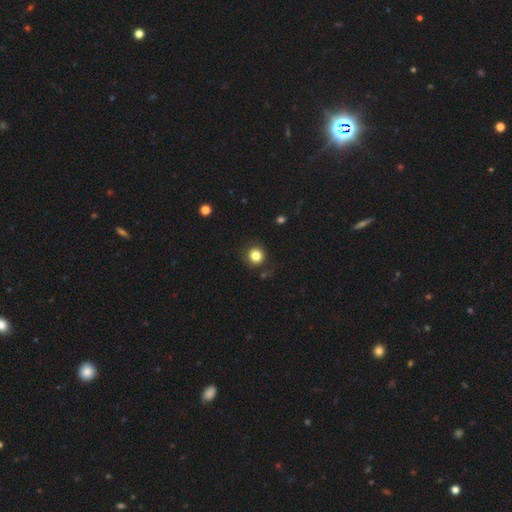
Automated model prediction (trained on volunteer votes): A smooth galaxy with no disk features (83%) that is round (93%).

Vote fractions:
- Smooth or featured? smooth: 83% / star or artifact: 12% / featured or disk: 6%
- How rounded? round: 93% / in between: 6% / cigar-shaped: 1%
- Merging? none: 88% / minor disturbance: 8% / major disturbance: 3% / merger: 2%